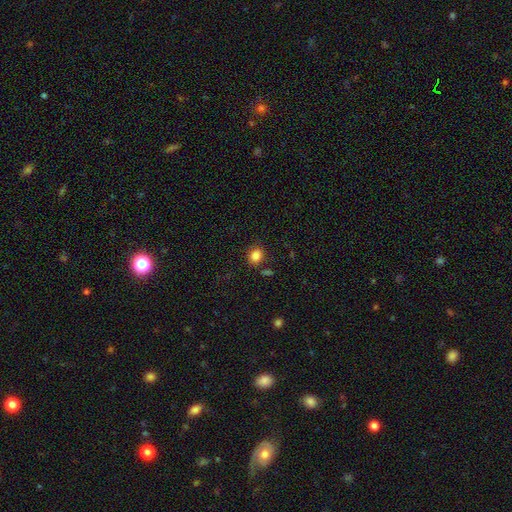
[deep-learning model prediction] This is clearly a smooth galaxy (84%). How rounded: possibly round (58%). Merging: likely none (79%).